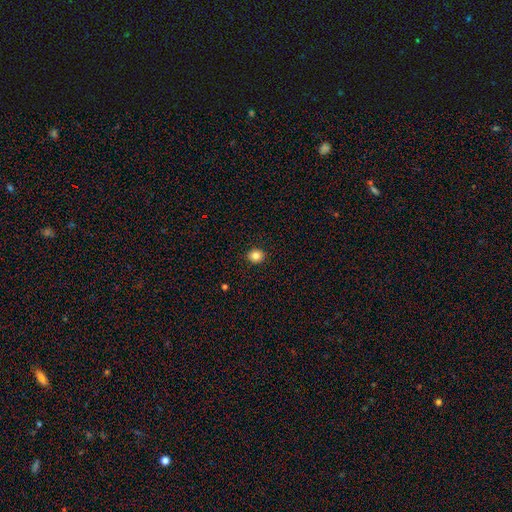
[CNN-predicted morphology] This is clearly a smooth galaxy (83%). How rounded: likely round (77%). Merging: clearly none (92%).